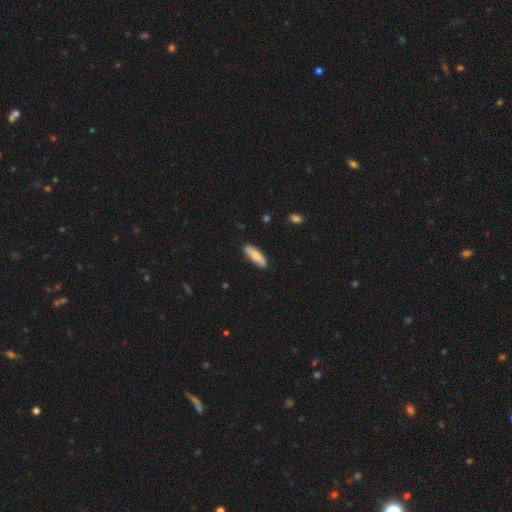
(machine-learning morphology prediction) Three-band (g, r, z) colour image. It shows a smooth galaxy with no disk features (76%) that is cigar-shaped (52%). Merging: none (85%).